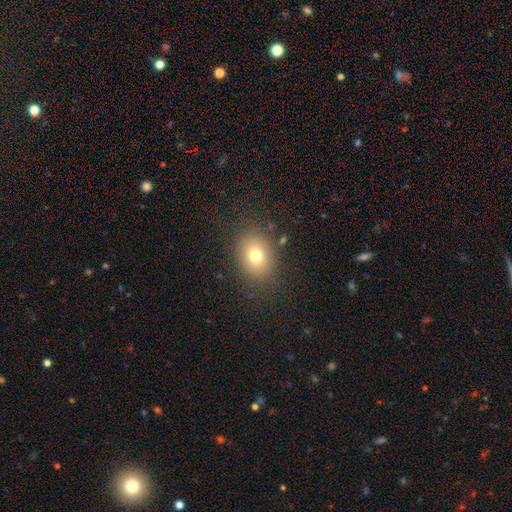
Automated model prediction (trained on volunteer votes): smooth 74%, star or artifact 14%, featured or disk 12%. Down the decision tree: how rounded — in between (53%); merging — none (84%).